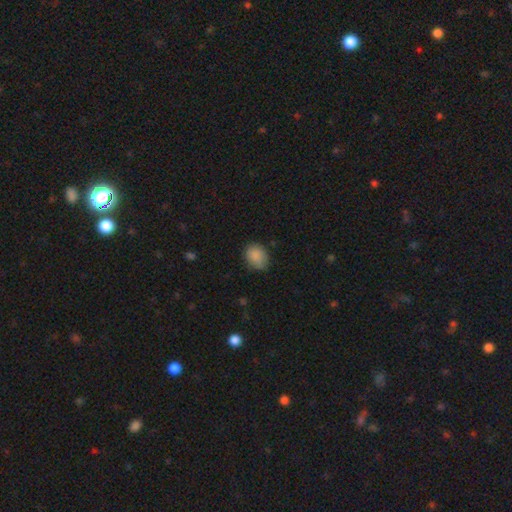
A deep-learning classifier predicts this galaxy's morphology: Overall: smooth (87%). How rounded: in between (52%; round 47%). Merging: none (73%).